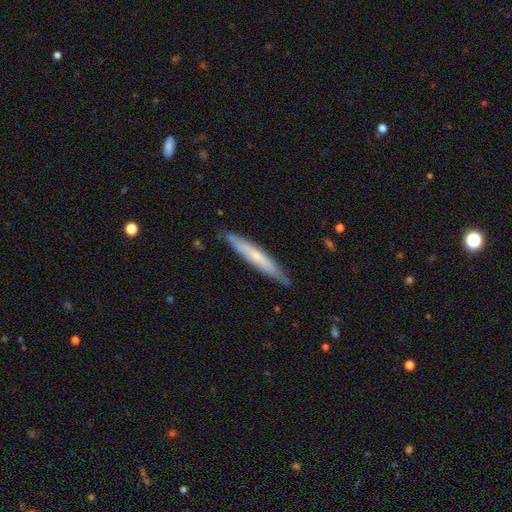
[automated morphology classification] Smooth or featured? smooth (49%)
Merging? none (85%)